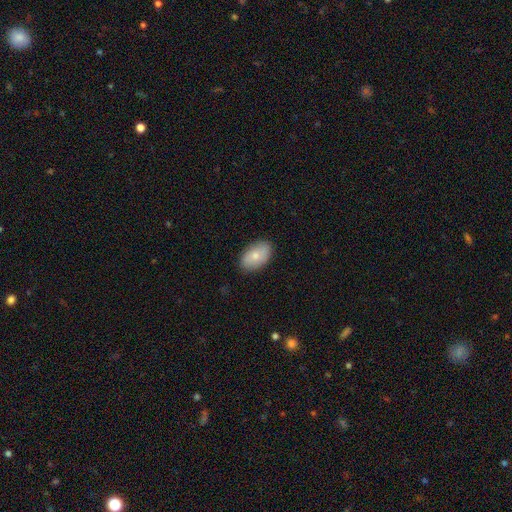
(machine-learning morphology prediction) This appears to be a smooth galaxy with no disk features (76%) that is in between round and cigar-shaped (92%). Merging: none (85%).